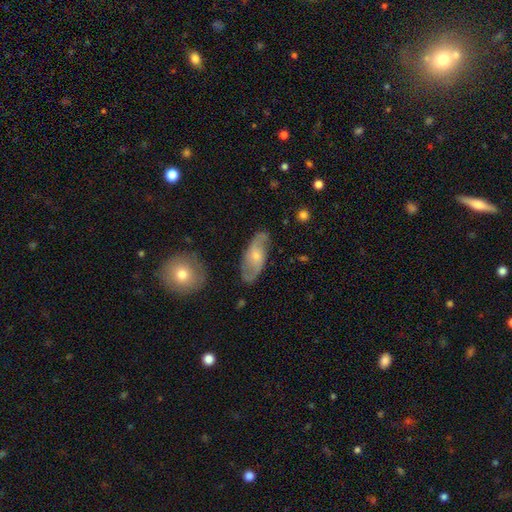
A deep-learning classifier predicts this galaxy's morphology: This appears to be a featured or disk galaxy (66%) with no bar (60%), 2 (85%) medium (44%) spiral arms (89%) and a small central bulge (49%). Merging: none (77%).